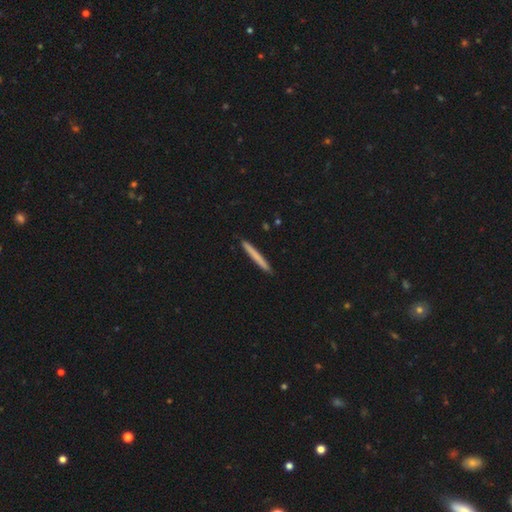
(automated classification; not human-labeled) smooth-or-featured: smooth: 70% | featured or disk: 24% | star or artifact: 5%
  how-rounded: cigar-shaped: 97% | in between: 2% | round: 1%
  merging: none: 92% | minor disturbance: 6% | major disturbance: 1% | merger: 1%